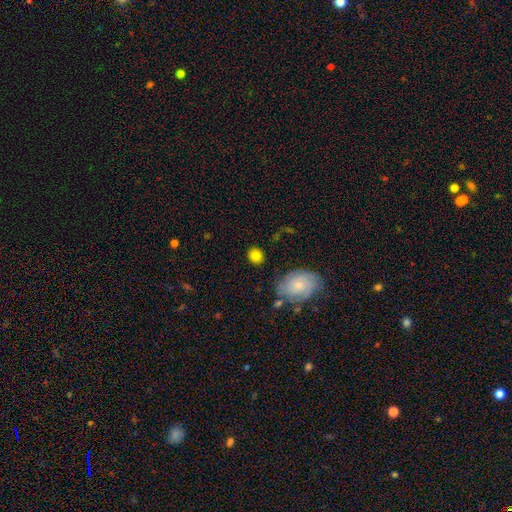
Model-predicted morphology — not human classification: smooth-or-featured: smooth: 80% | featured or disk: 12% | star or artifact: 8%
  how-rounded: round: 77% | in between: 22% | cigar-shaped: 1%
  merging: none: 84% | minor disturbance: 9% | major disturbance: 3% | merger: 3%